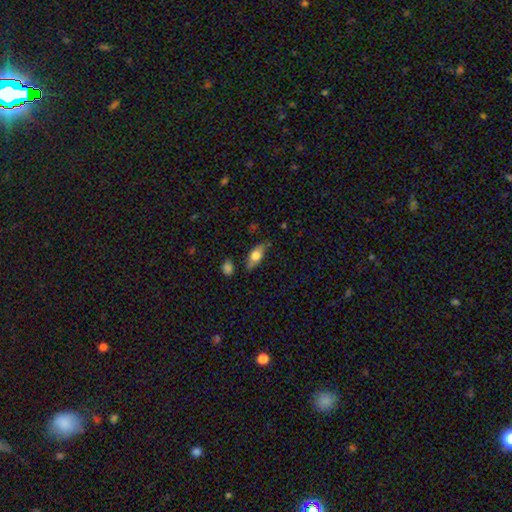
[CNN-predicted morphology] Smooth or featured? Predicted: smooth (p=0.64). How rounded? Predicted: in between (p=0.77). Merging? Predicted: none (p=0.75).